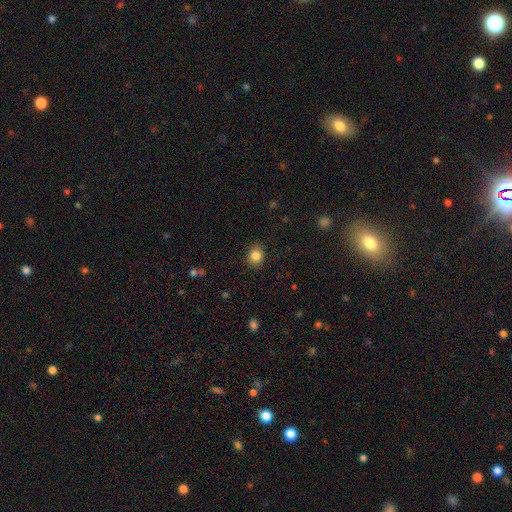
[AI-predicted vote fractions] A smooth galaxy with no disk features (84%) that is round (66%). Merging: none (88%).